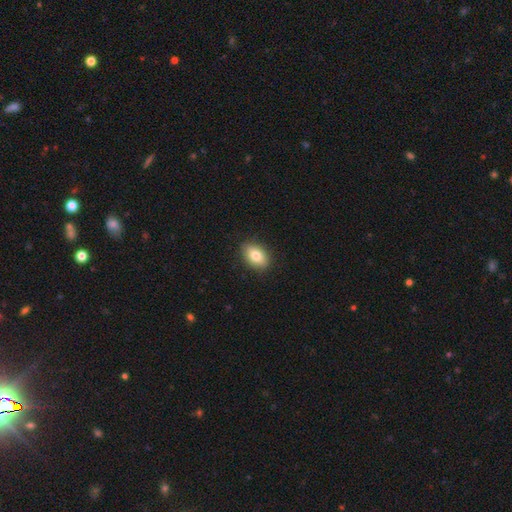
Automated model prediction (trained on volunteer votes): The model was most divided on "smooth or featured": smooth: 79%, featured or disk: 13%, star or artifact: 8%. More confident: merging — none (88%); how rounded — in between (83%).